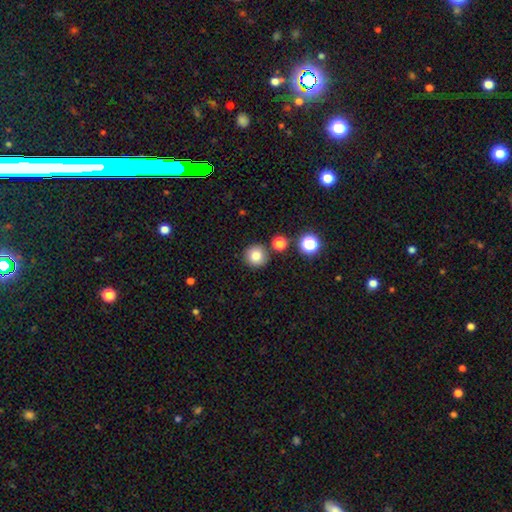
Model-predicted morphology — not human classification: Smooth or featured? Predicted: smooth (p=0.80). How rounded? Predicted: round (p=0.95). Merging? Predicted: none (p=0.86).